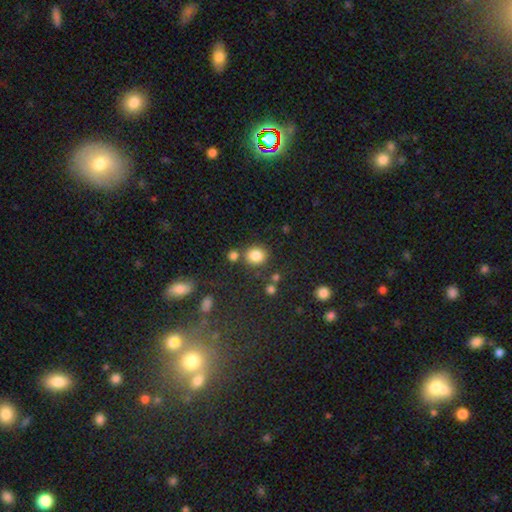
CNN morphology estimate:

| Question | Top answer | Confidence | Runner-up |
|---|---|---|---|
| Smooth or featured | smooth | 83% | star or artifact (11%) |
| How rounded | round | 74% | in between (25%) |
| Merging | none | 73% | merger (13%) |